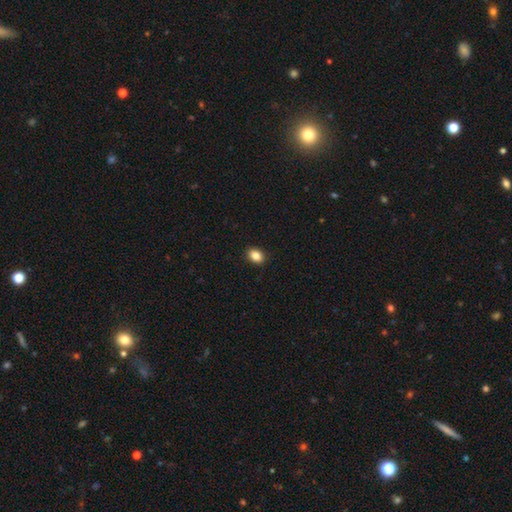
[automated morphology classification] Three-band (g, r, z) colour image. It shows a smooth galaxy with no disk features (86%) that is in between round and cigar-shaped (68%). Merging: none (91%).